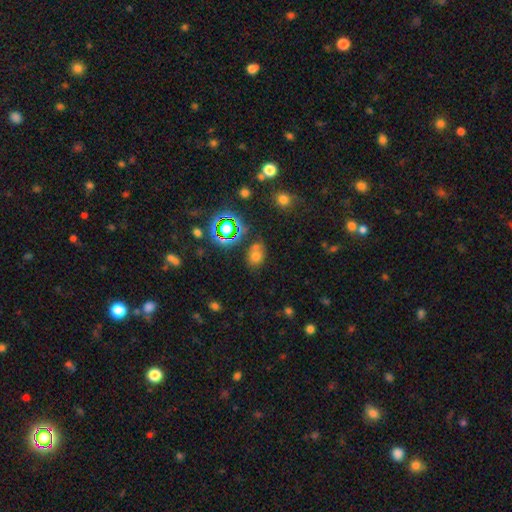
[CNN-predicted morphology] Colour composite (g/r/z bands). It shows a smooth galaxy with no disk features (58%) that is in between round and cigar-shaped (54%). Merging: none (58%).